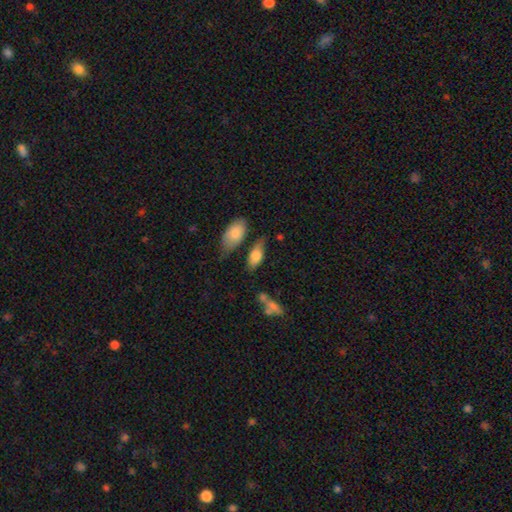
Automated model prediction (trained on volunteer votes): Morphology: type=smooth (75%); roundness=in between (81%); merging=none (56%).